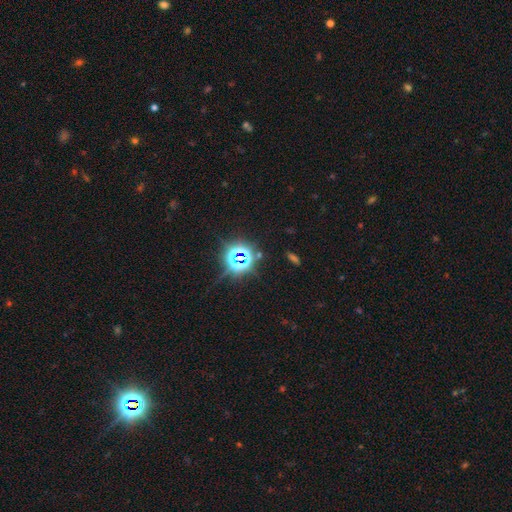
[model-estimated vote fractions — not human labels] A star or artifact, not a galaxy (78%).

Vote fractions:
- Smooth or featured? star or artifact: 78% / smooth: 14% / featured or disk: 8%